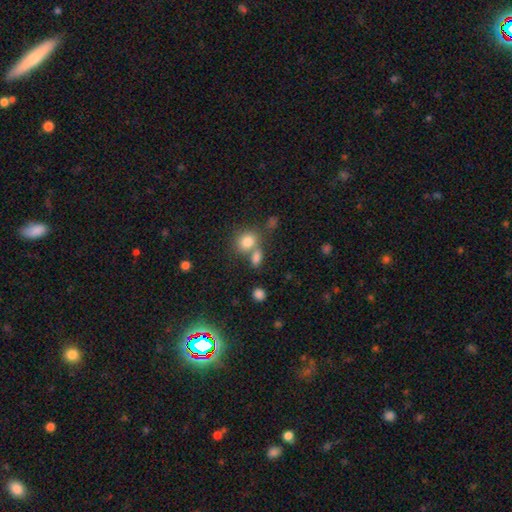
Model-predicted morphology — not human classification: Smooth or featured? smooth (69%)
How rounded? round (60%)
Merging? none (55%)